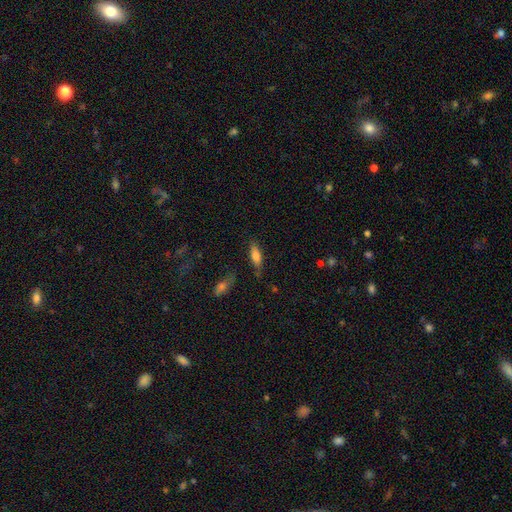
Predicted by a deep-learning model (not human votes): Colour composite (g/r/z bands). It shows a smooth galaxy with no disk features (72%) that is in between round and cigar-shaped (60%). Merging: none (72%).